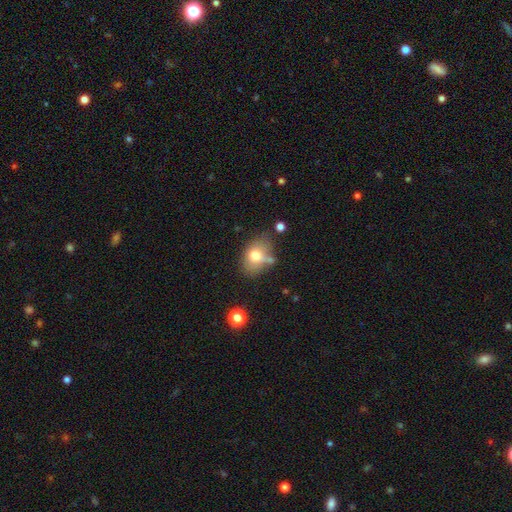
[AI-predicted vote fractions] A smooth galaxy with no disk features (73%) that is in between round and cigar-shaped (75%).

Vote fractions:
- Smooth or featured? smooth: 73% / featured or disk: 17% / star or artifact: 10%
- How rounded? in between: 75% / round: 23% / cigar-shaped: 1%
- Merging? none: 54% / minor disturbance: 24% / merger: 13% / major disturbance: 9%